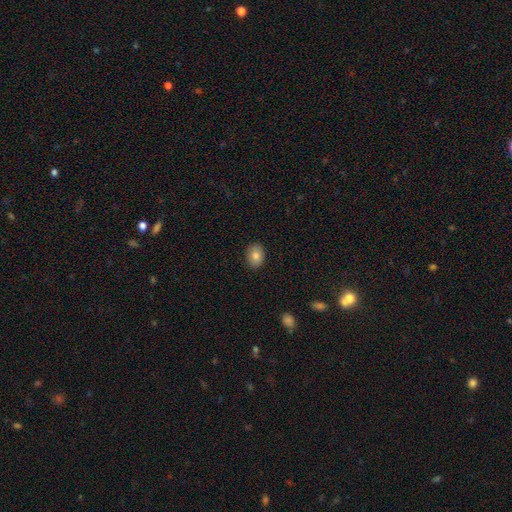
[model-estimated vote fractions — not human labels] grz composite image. It shows a smooth galaxy with no disk features (81%) that is in between round and cigar-shaped (70%). Merging: none (89%).